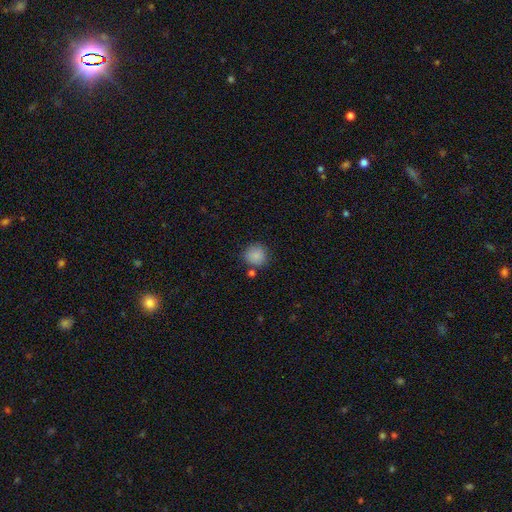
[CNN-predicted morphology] smooth_or_featured: smooth (p=0.87) [alt: star or artifact p=0.09]
how_rounded: round (p=0.90) [alt: in between p=0.09]
merging: none (p=0.76) [alt: minor disturbance p=0.12]